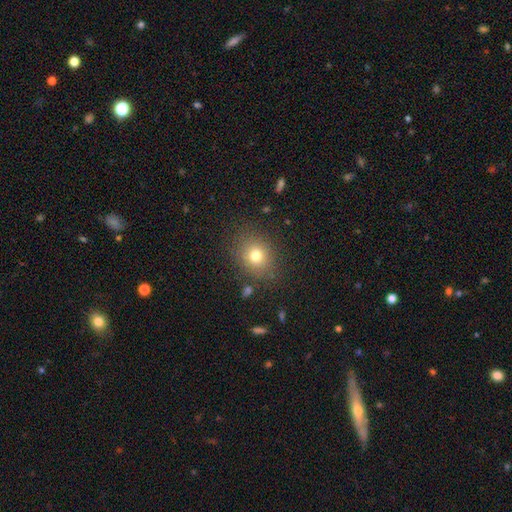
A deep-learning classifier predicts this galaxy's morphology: smooth 75%, star or artifact 14%, featured or disk 10%. Down the decision tree: how rounded — round (70%); merging — none (83%).